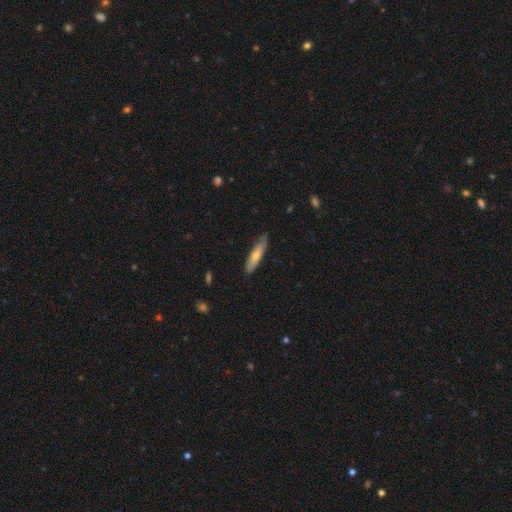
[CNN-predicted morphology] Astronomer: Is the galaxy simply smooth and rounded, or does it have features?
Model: smooth — 63%.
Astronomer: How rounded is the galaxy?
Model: cigar-shaped — 77%.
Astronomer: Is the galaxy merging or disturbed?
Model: none — 77%.